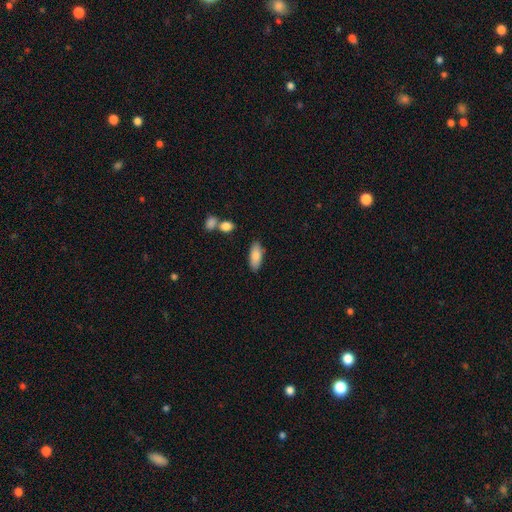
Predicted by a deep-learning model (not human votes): Overall: smooth (83%). How rounded: in between (80%). Merging: none (82%).